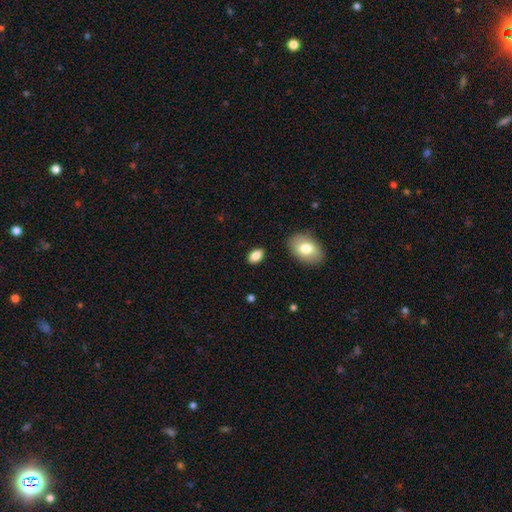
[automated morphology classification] smooth_or_featured: smooth (p=0.85) [alt: star or artifact p=0.08]
how_rounded: in between (p=0.89) [alt: round p=0.09]
merging: none (p=0.86) [alt: minor disturbance p=0.09]